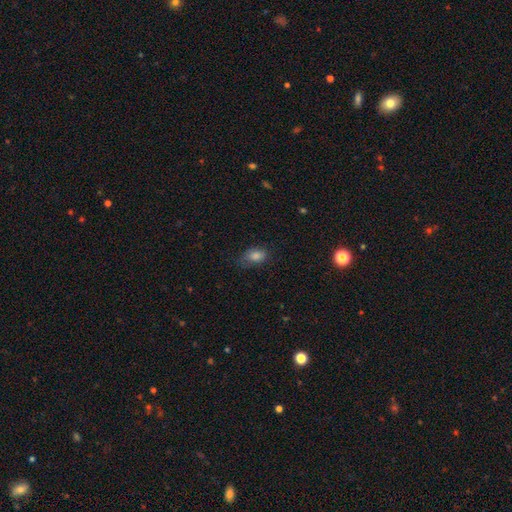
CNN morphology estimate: Smooth or featured? smooth (79%)
How rounded? in between (81%)
Merging? none (64%)